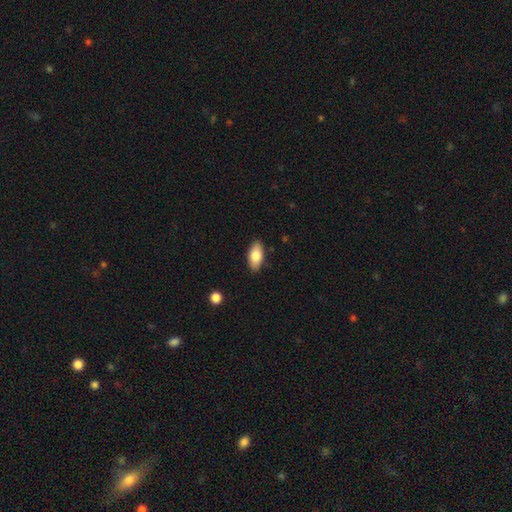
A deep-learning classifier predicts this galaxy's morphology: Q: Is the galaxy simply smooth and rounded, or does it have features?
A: smooth — 79%.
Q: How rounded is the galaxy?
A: in between — 91%.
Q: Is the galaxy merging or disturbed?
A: none — 87%.